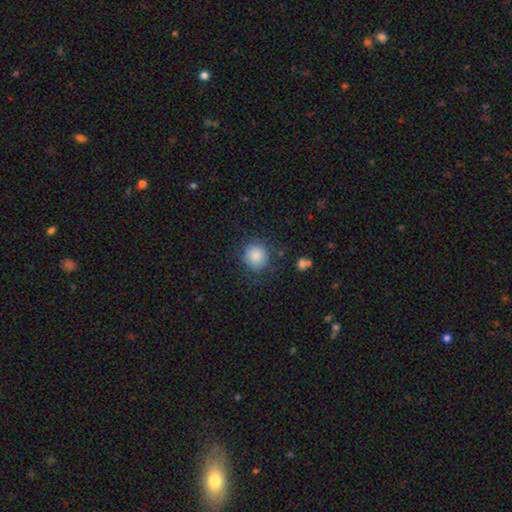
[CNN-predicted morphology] type=smooth (87%); roundness=round (87%); merging=none (81%).